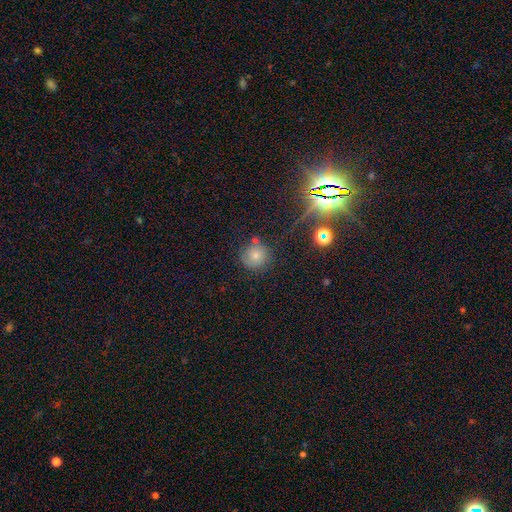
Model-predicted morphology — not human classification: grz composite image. It shows a smooth galaxy with no disk features (70%) that is round (91%). Merging: none (71%).